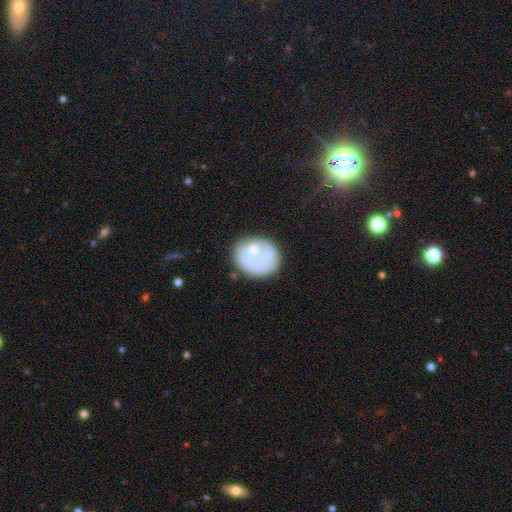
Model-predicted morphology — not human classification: Smooth or featured: smooth — 54% (featured or disk — 37%)
How rounded: round — 65% (in between — 34%)
Merging: none — 56% (minor disturbance — 23%)